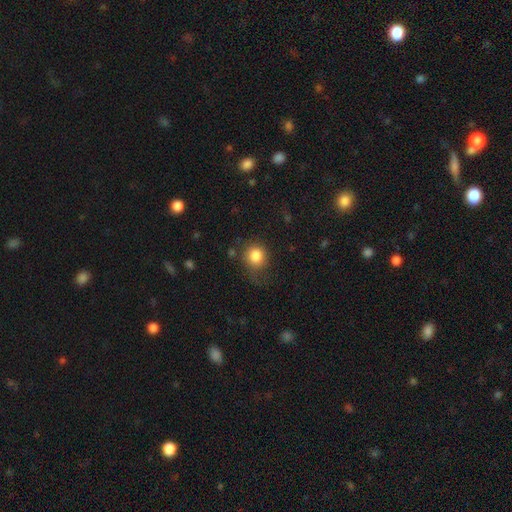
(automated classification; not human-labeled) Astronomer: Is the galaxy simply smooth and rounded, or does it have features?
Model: smooth — 83%.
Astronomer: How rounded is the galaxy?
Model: round — 82%.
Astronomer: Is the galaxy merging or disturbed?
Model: none — 65%.